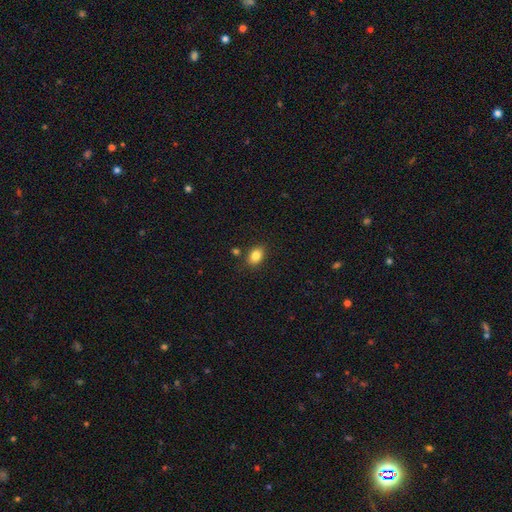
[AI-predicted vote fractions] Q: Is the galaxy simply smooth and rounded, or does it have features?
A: smooth — 84%.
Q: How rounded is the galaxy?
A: in between — 79%.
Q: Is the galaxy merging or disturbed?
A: none — 83%.